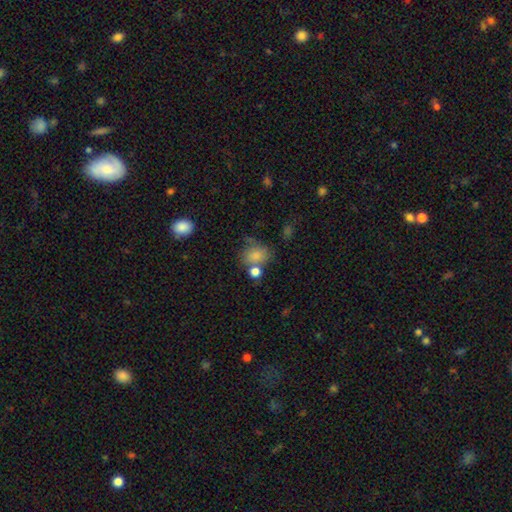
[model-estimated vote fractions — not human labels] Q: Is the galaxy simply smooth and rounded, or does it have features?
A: smooth — 79%.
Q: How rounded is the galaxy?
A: round — 54%.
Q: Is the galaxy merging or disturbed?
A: none — 47%.